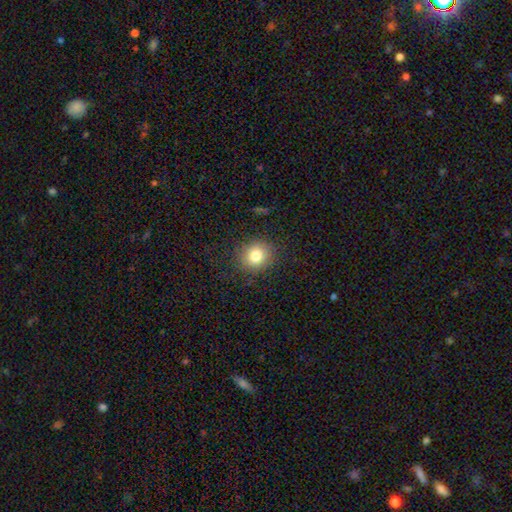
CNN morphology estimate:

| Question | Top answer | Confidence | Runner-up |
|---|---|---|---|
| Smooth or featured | smooth | 80% | star or artifact (12%) |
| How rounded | round | 80% | in between (19%) |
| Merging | none | 88% | minor disturbance (8%) |